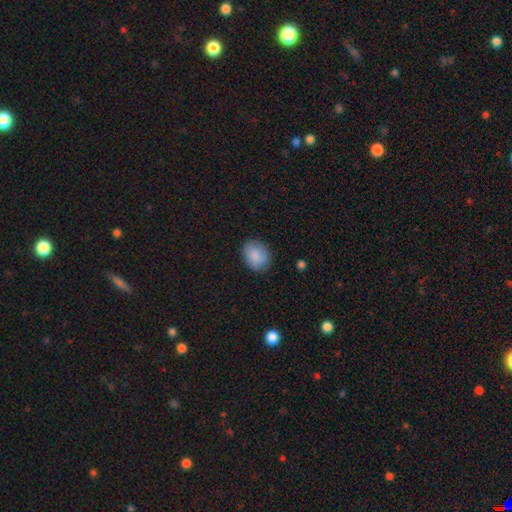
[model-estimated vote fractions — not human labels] This is clearly a smooth galaxy (87%). How rounded: possibly in between (52%). Merging: clearly none (82%).